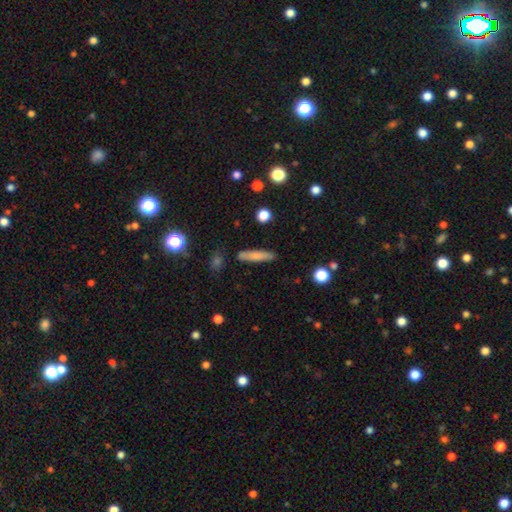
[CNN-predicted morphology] A smooth galaxy with no disk features (77%) that is cigar-shaped (87%). Merging: none (85%).